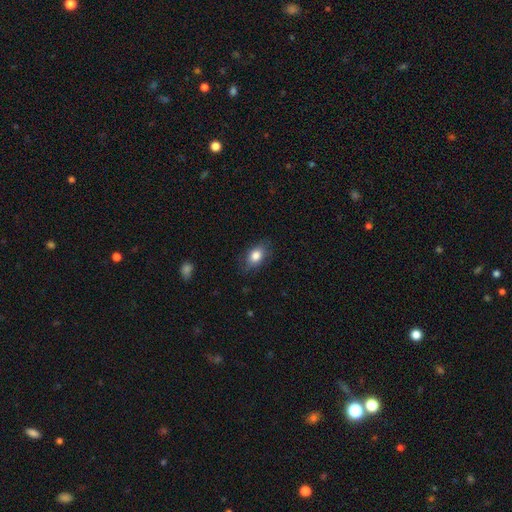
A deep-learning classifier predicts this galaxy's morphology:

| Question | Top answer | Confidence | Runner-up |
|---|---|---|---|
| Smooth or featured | smooth | 81% | featured or disk (11%) |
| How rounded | in between | 84% | round (13%) |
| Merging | none | 79% | minor disturbance (16%) |